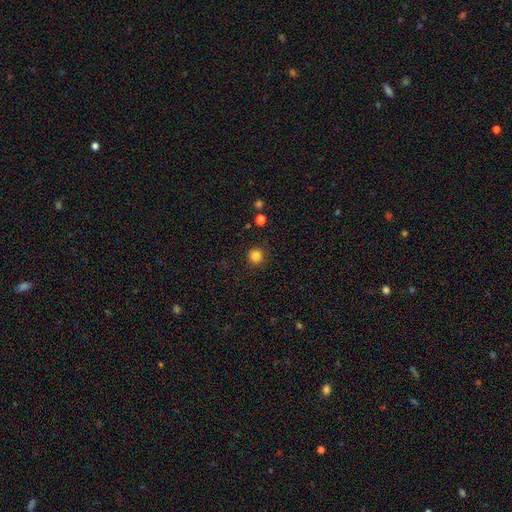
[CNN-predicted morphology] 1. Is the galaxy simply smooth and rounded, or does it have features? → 84% smooth, 12% star or artifact, 4% featured or disk.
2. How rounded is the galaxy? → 93% round, 6% in between, 1% cigar-shaped.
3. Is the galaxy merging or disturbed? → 90% none, 6% minor disturbance, 2% major disturbance, 1% merger.